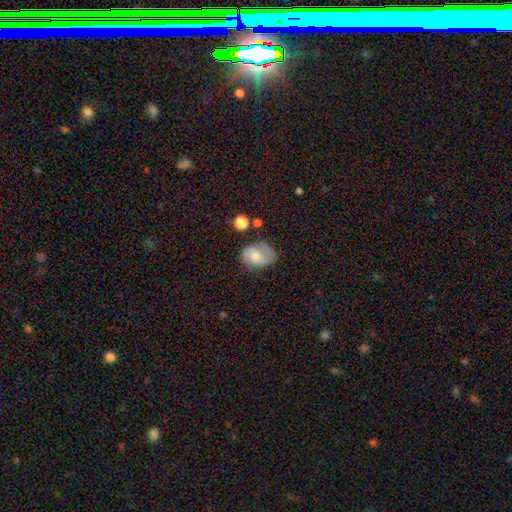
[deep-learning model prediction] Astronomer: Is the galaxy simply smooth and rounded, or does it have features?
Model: smooth — 47% (runner-up: featured or disk, 44%).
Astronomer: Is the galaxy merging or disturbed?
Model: none — 54% (runner-up: minor disturbance, 30%).